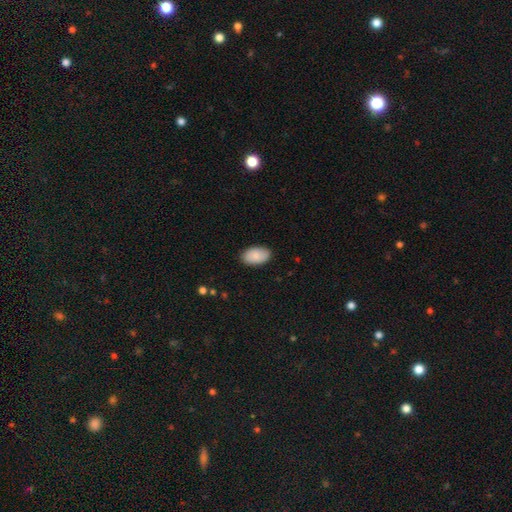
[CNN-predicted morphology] Smooth or featured: smooth — 86% (featured or disk — 8%)
How rounded: in between — 94% (round — 5%)
Merging: none — 86% (minor disturbance — 11%)